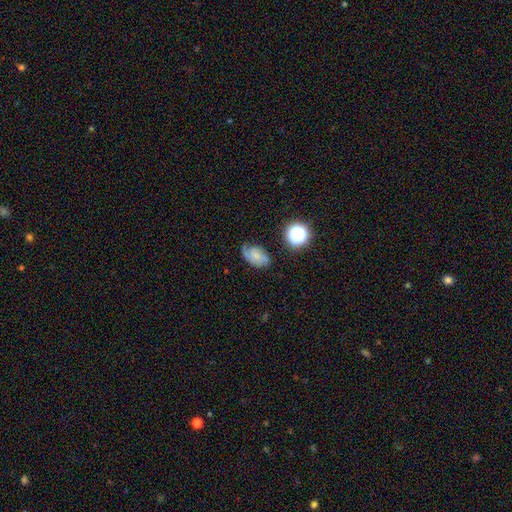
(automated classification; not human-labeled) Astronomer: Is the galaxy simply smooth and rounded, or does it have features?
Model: featured or disk — 56% (runner-up: smooth, 32%).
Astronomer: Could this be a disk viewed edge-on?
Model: no — 96%.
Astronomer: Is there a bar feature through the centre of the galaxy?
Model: no — 61%.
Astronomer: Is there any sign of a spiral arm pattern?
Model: yes — 90%.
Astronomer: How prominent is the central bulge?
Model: small — 43% (runner-up: none, 28%).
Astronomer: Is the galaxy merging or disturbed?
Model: none — 59%.